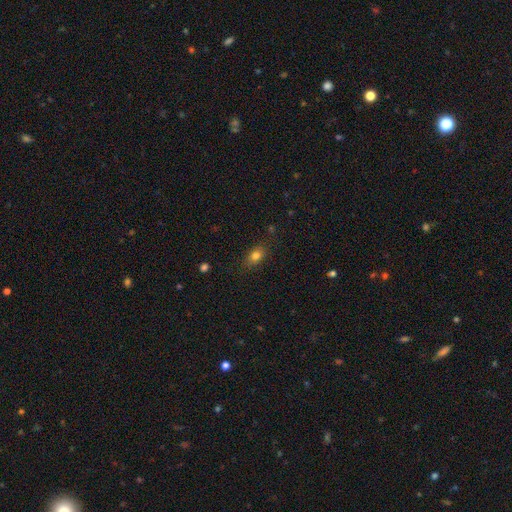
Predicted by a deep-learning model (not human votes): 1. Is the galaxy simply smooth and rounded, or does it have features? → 79% smooth, 12% star or artifact, 10% featured or disk.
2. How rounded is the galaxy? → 74% in between, 22% round, 4% cigar-shaped.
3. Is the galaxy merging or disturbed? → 82% none, 13% minor disturbance, 3% major disturbance, 1% merger.